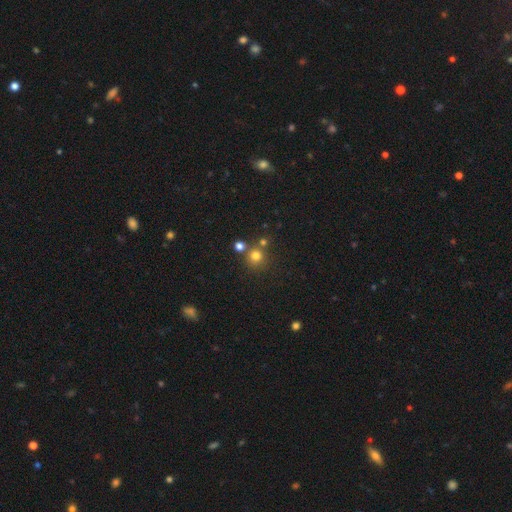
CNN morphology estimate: type=smooth (75%); roundness=round (92%); merging=none (71%).